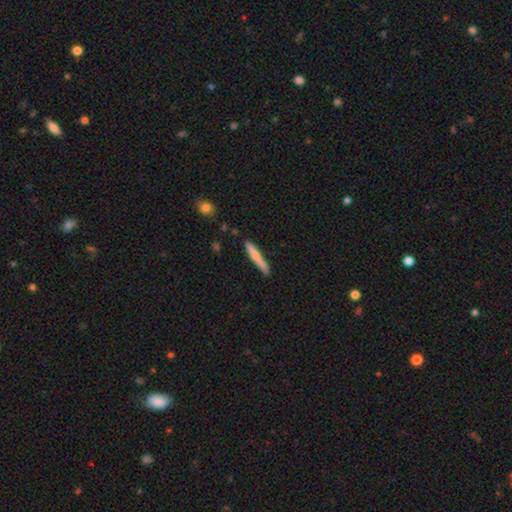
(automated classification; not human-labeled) Smooth or featured?
  - smooth: 73% *
  - featured or disk: 22%
  - star or artifact: 6%
How rounded?
  - cigar-shaped: 94% *
  - in between: 4%
  - round: 1%
Merging?
  - none: 80% *
  - minor disturbance: 14%
  - merger: 3%
  - major disturbance: 3%